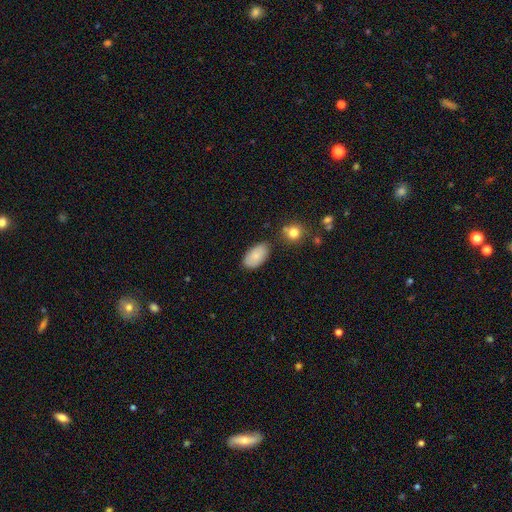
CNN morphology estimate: Smooth or featured: smooth — 84% (featured or disk — 9%)
How rounded: in between — 95% (round — 4%)
Merging: none — 75% (minor disturbance — 17%)